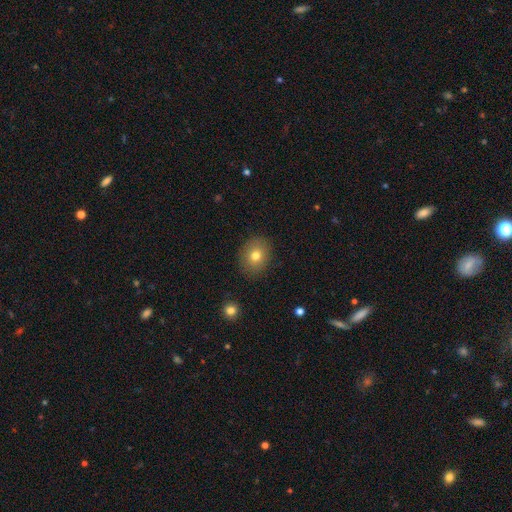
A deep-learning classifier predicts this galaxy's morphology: Smooth or featured? smooth (76%)
How rounded? round (55%)
Merging? none (87%)